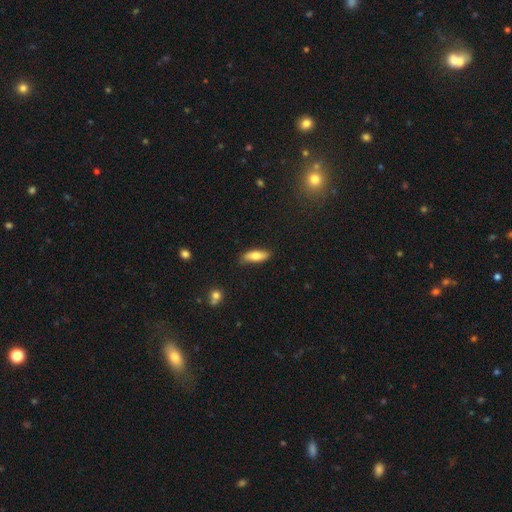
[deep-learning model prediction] smooth_or_featured: smooth (p=0.74) [alt: featured or disk p=0.20]
how_rounded: in between (p=0.64) [alt: cigar-shaped p=0.33]
merging: none (p=0.77) [alt: minor disturbance p=0.18]